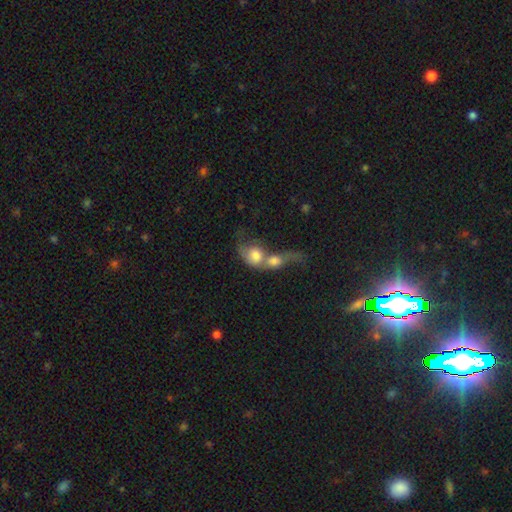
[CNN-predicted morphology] This is likely a smooth galaxy (65%). How rounded: possibly in between (49%). Merging: clearly merger (82%).